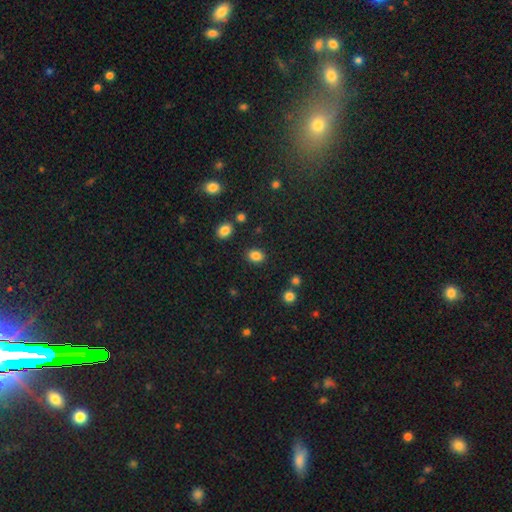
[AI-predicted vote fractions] smooth_or_featured: smooth (p=0.85) [alt: star or artifact p=0.11]
how_rounded: in between (p=0.65) [alt: round p=0.34]
merging: none (p=0.86) [alt: minor disturbance p=0.09]